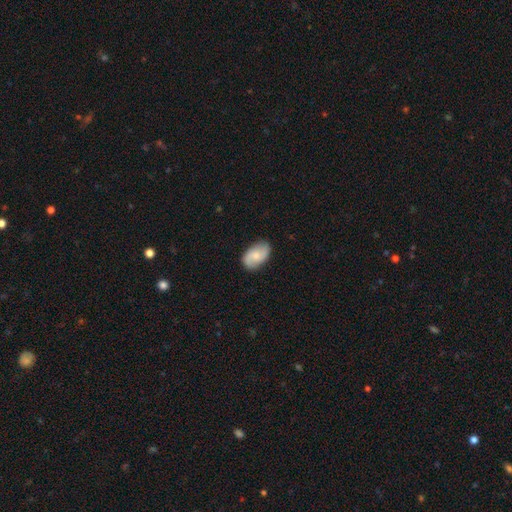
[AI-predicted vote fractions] smooth_or_featured: featured or disk (p=0.48) [alt: smooth p=0.45]
merging: none (p=0.81) [alt: minor disturbance p=0.15]